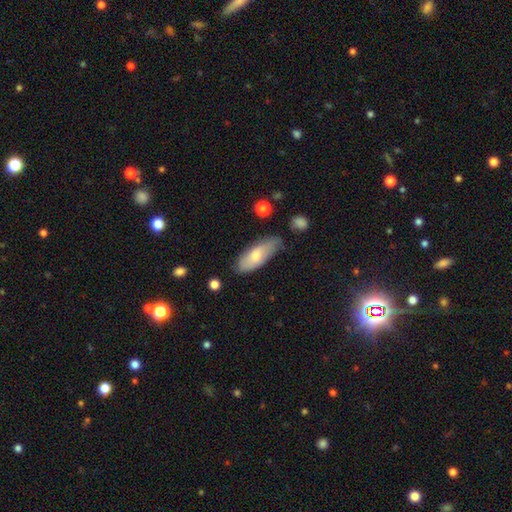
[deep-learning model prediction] This is likely a smooth galaxy (68%). How rounded: likely in between (74%). Merging: likely none (64%).